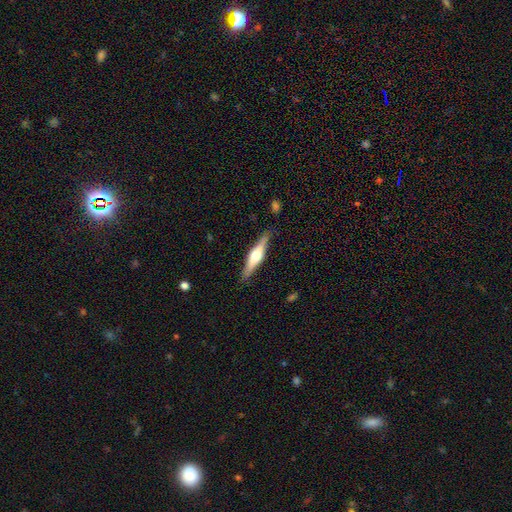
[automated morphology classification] Smooth or featured?
  - featured or disk: 67% *
  - smooth: 28%
  - star or artifact: 5%
Edge-on disk?
  - yes: 97% *
  - no: 3%
Edge-on bulge?
  - rounded: 91% *
  - boxy: 6%
  - none: 2%
Merging?
  - none: 88% *
  - minor disturbance: 9%
  - major disturbance: 2%
  - merger: 1%